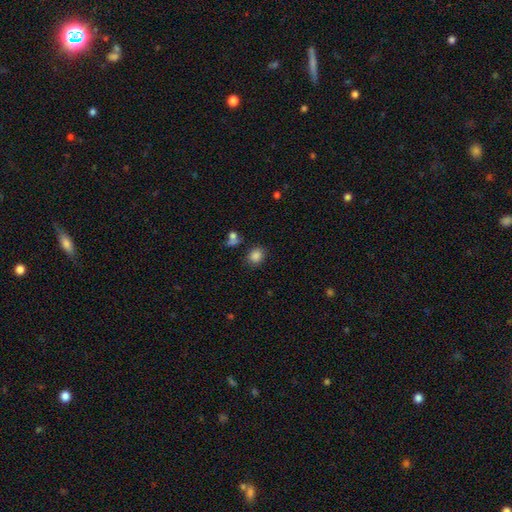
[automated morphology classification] smooth_or_featured: smooth (p=0.84) [alt: star or artifact p=0.12]
how_rounded: round (p=0.69) [alt: in between p=0.30]
merging: none (p=0.78) [alt: minor disturbance p=0.13]